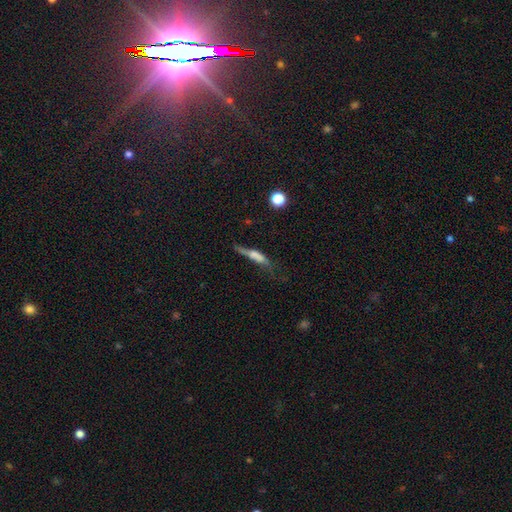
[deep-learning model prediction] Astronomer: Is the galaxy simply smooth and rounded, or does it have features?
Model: smooth — 54% (runner-up: featured or disk, 36%).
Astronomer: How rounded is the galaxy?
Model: cigar-shaped — 77%.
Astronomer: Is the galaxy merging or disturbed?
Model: none — 36% (runner-up: major disturbance, 29%).